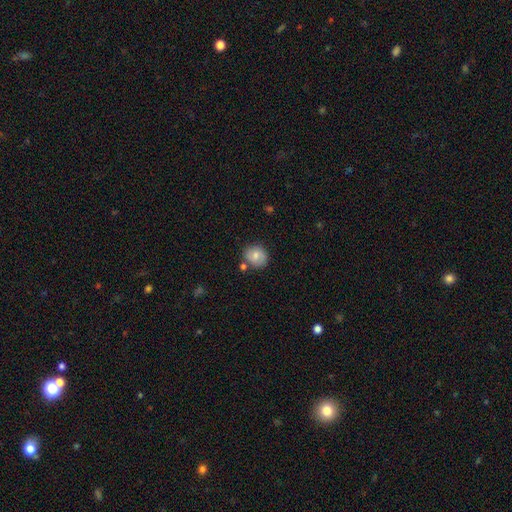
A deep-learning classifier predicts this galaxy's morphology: The model was most divided on "smooth or featured": smooth: 73%, featured or disk: 19%, star or artifact: 8%. More confident: how rounded — round (78%); merging — none (73%).